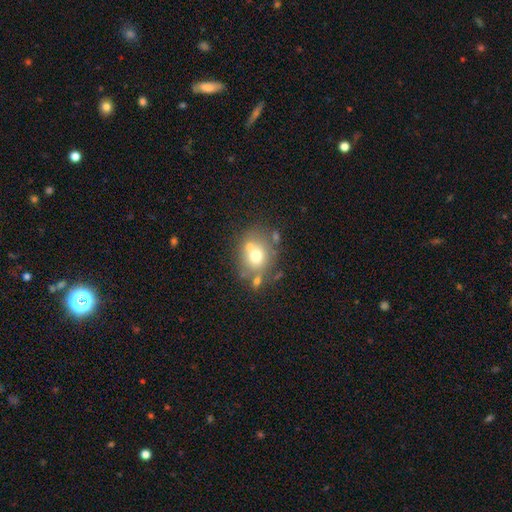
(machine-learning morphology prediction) smooth 66%, featured or disk 22%, star or artifact 12%. Down the decision tree: how rounded — round (66%); merging — none (55%).